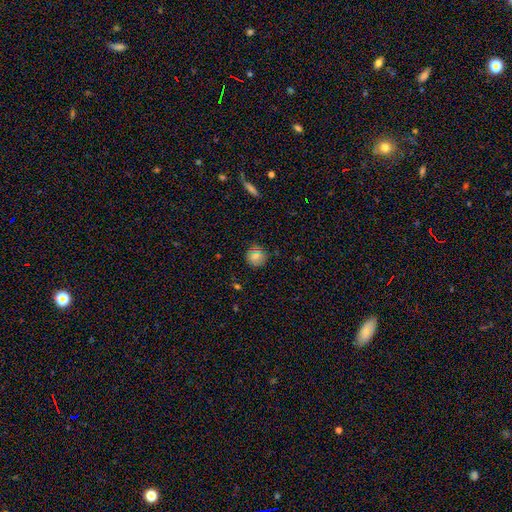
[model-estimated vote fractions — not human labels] A smooth galaxy with no disk features (80%) that is round (84%). Merging: none (80%).